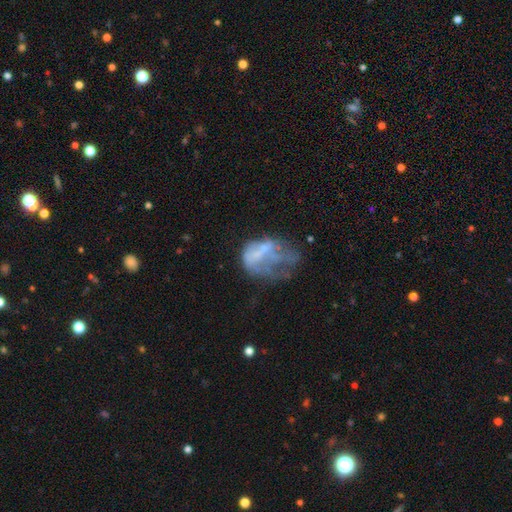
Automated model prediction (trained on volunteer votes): smooth-or-featured: featured or disk: 52% | smooth: 35% | star or artifact: 13%
  disk-edge-on: no: 98% | yes: 2%
    bar: no: 83% | weak: 13% | strong: 4%
    has-spiral-arms: no: 90% | yes: 10%
    bulge-size: none: 63% | small: 17% | moderate: 16% | large: 3% | dominant: 1%
  merging: major disturbance: 47% | none: 20% | minor disturbance: 17% | merger: 15%